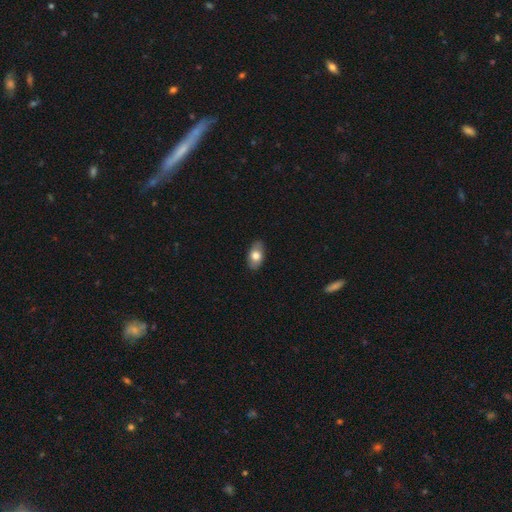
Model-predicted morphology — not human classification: Smooth or featured? smooth (75%)
How rounded? in between (91%)
Merging? none (87%)